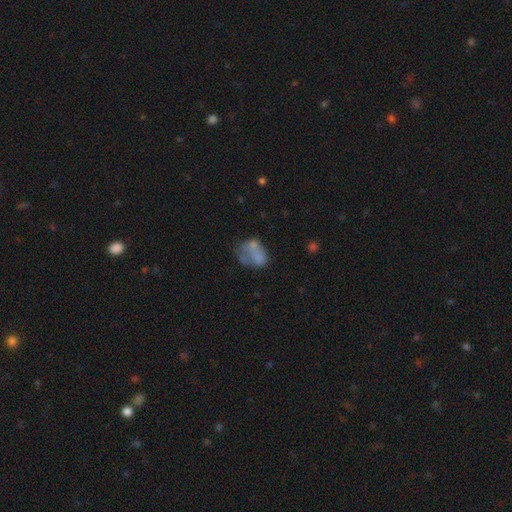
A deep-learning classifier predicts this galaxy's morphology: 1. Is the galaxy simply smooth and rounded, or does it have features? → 59% smooth, 30% featured or disk, 11% star or artifact.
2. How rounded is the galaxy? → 73% in between, 25% round, 1% cigar-shaped.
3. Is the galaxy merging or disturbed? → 29% none, 27% major disturbance, 22% minor disturbance, 22% merger.